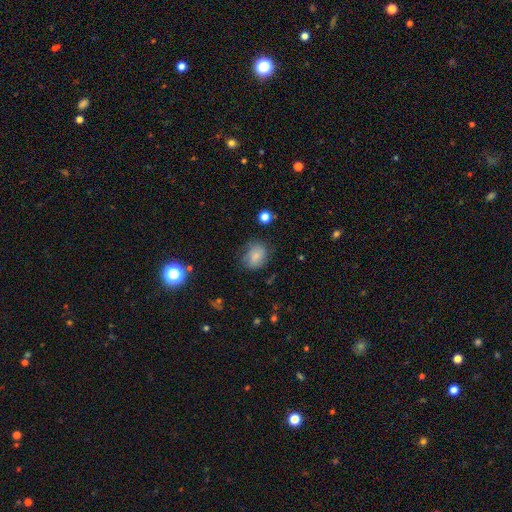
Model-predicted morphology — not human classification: This appears to be a smooth galaxy with no disk features (77%) that is round (56%). Merging: none (65%).